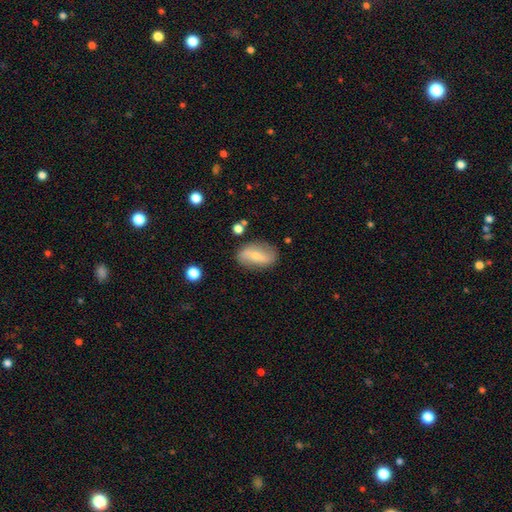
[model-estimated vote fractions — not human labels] Smooth or featured?
  - smooth: 48% *
  - featured or disk: 45%
  - star or artifact: 7%
Merging?
  - none: 79% *
  - minor disturbance: 15%
  - major disturbance: 4%
  - merger: 2%